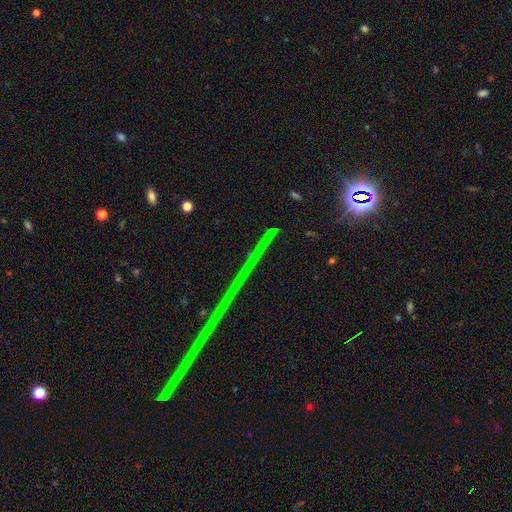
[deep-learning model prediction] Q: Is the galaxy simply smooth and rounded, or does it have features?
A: star or artifact — 84%.